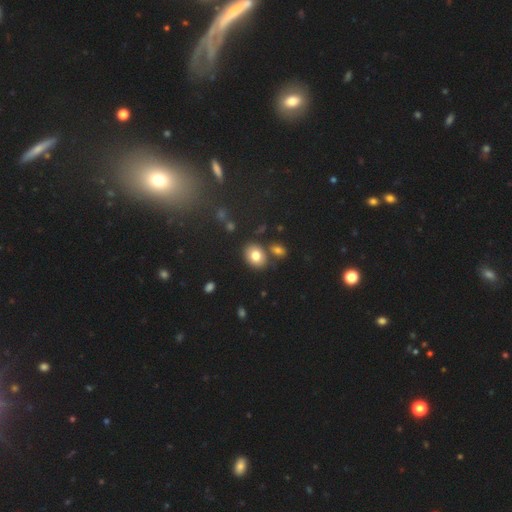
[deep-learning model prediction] Q: Smooth or featured?
A: smooth (78%); runner-up: featured or disk (12%)
Q: How rounded?
A: in between (68%); runner-up: round (31%)
Q: Merging?
A: none (74%); runner-up: merger (12%)